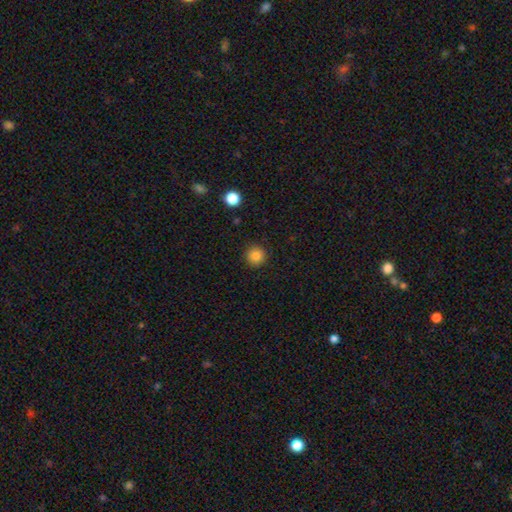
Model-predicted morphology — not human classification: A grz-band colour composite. It shows a smooth galaxy with no disk features (85%) that is round (95%). Merging: none (91%).